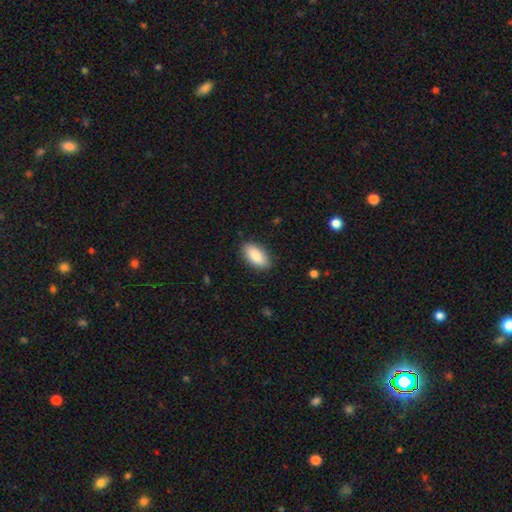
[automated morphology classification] Smooth or featured? Predicted: smooth (p=0.89). How rounded? Predicted: in between (p=0.93). Merging? Predicted: none (p=0.87).